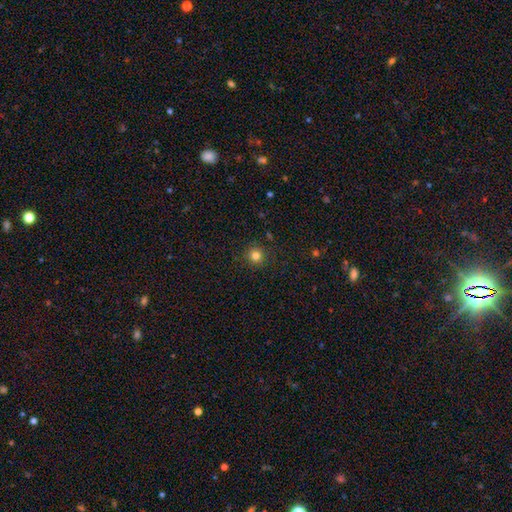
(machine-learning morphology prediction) type=smooth (81%); roundness=round (94%); merging=none (90%).